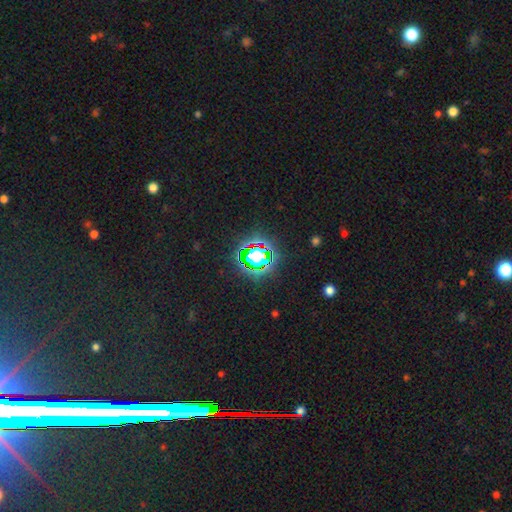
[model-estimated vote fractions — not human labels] Smooth or featured? Predicted: star or artifact (p=0.68).